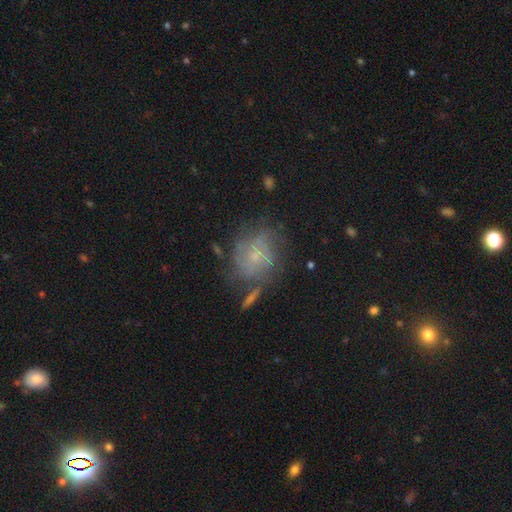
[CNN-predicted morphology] This is possibly a featured or disk galaxy (56%). It is clearly not viewed edge-on (97%). Bar: likely no (76%). Spiral arm pattern: likely yes (65%). Central bulge: likely small (66%). Merging: possibly none (52%).